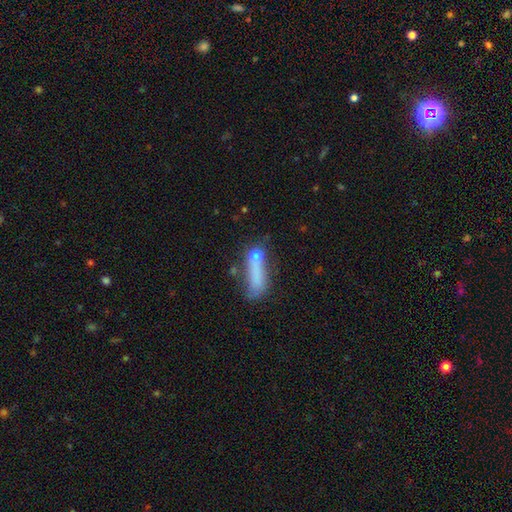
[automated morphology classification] Q: Smooth or featured?
A: smooth (64%); runner-up: featured or disk (22%)
Q: How rounded?
A: cigar-shaped (48%); runner-up: in between (44%)
Q: Merging?
A: none (31%); runner-up: major disturbance (26%)